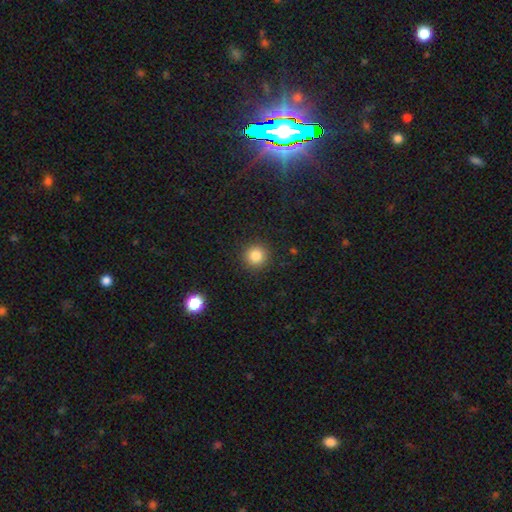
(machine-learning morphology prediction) A smooth galaxy with no disk features (84%) that is round (95%).

Vote fractions:
- Smooth or featured? smooth: 84% / star or artifact: 11% / featured or disk: 5%
- How rounded? round: 95% / in between: 4% / cigar-shaped: 1%
- Merging? none: 91% / minor disturbance: 5% / major disturbance: 2% / merger: 1%